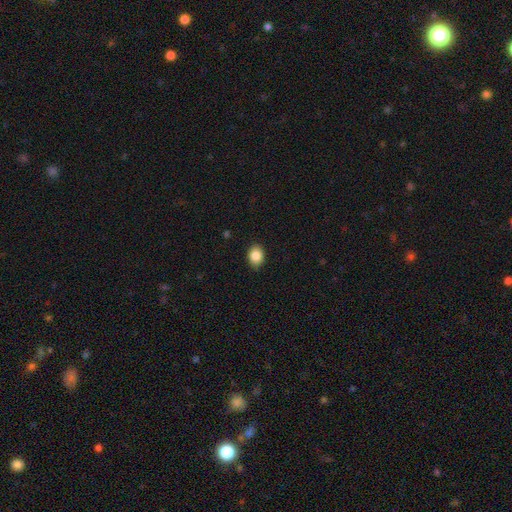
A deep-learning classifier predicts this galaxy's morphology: smooth 86%, star or artifact 8%, featured or disk 6%. Down the decision tree: how rounded — in between (64%); merging — none (87%).